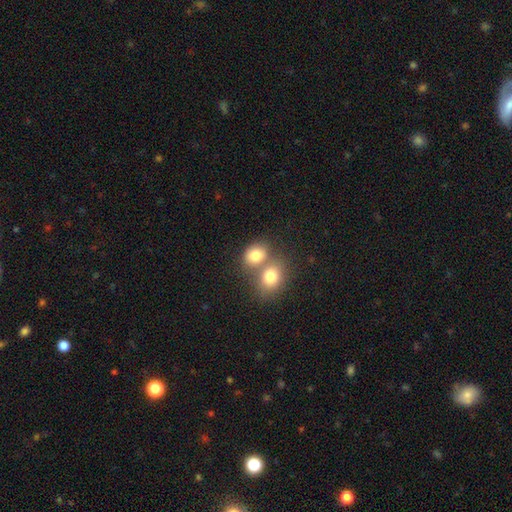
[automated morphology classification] Smooth or featured? Predicted: smooth (p=0.80). How rounded? Predicted: round (p=0.55). Merging? Predicted: merger (p=0.52).